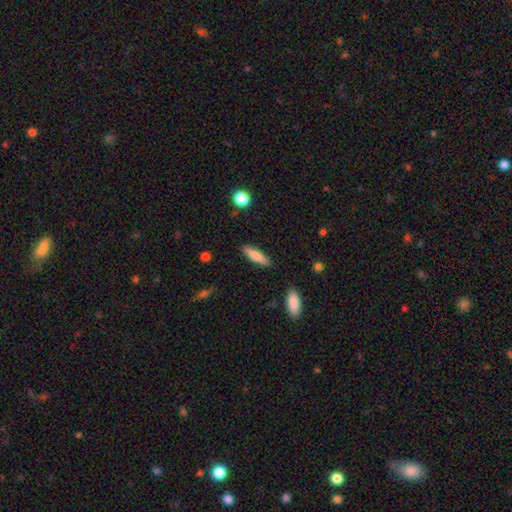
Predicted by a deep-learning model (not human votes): smooth 78%, featured or disk 16%, star or artifact 6%. Down the decision tree: how rounded — cigar-shaped (66%); merging — none (88%).